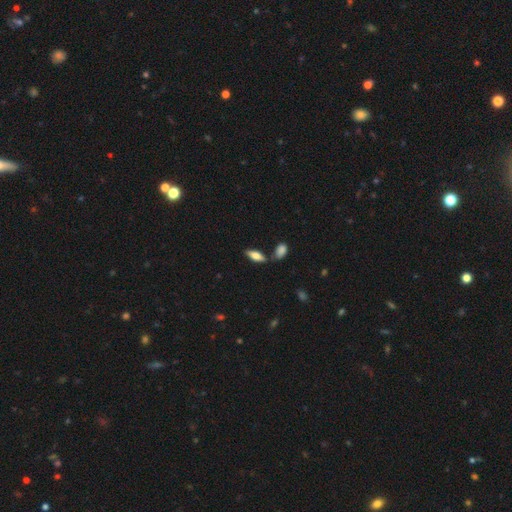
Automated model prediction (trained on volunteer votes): Smooth or featured?
  - smooth: 65% *
  - featured or disk: 27%
  - star or artifact: 7%
How rounded?
  - in between: 68% *
  - cigar-shaped: 30%
  - round: 3%
Merging?
  - none: 70% *
  - merger: 14%
  - minor disturbance: 13%
  - major disturbance: 3%